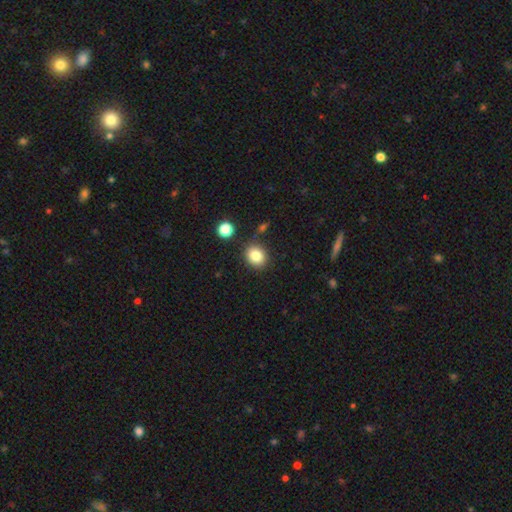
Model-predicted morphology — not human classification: Smooth or featured? smooth (84%)
How rounded? round (67%)
Merging? none (80%)